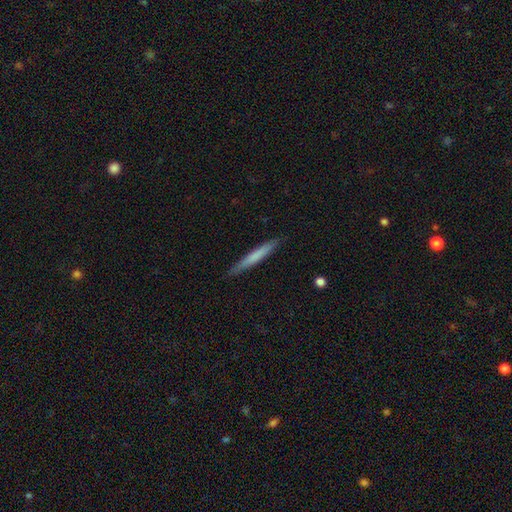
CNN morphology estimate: A smooth galaxy with no disk features (65%) that is cigar-shaped (96%). Merging: none (89%).